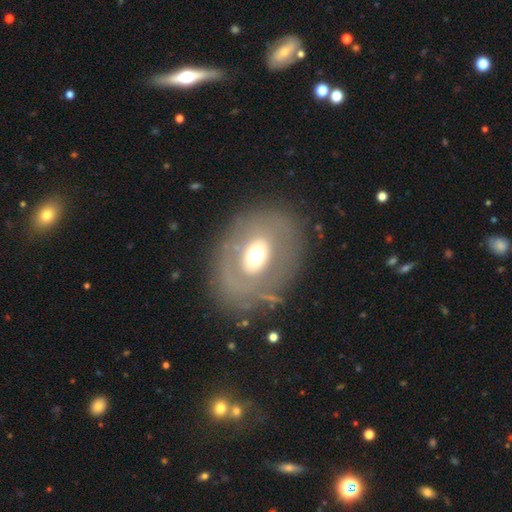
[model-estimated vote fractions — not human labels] Overall: featured or disk (49%; smooth 41%). Merging: none (72%).